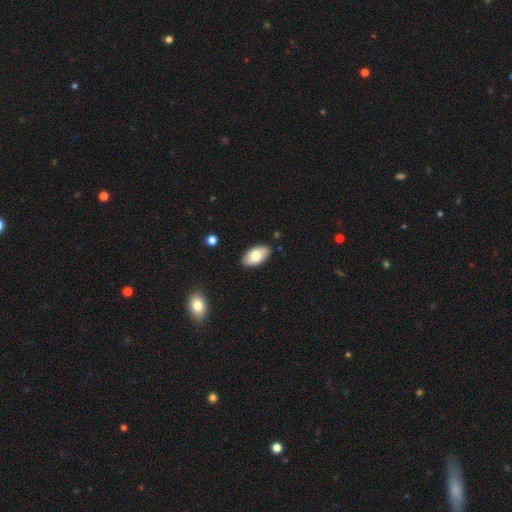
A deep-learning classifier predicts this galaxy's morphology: type=smooth (78%); roundness=in between (95%); merging=none (87%).